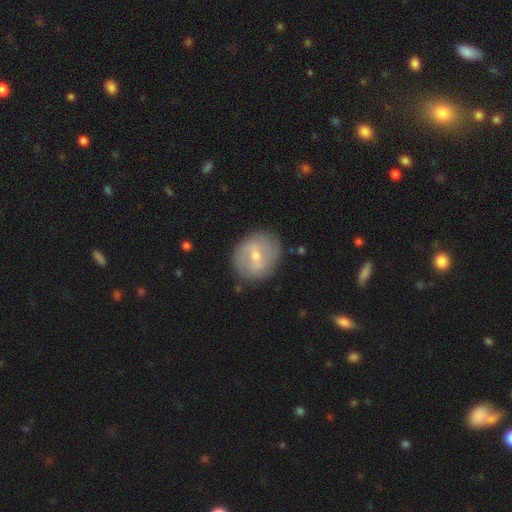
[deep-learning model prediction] This is likely a featured or disk galaxy (65%). It is clearly not viewed edge-on (96%). Bar: possibly weak (52%). Spiral arm pattern: likely yes (65%). Central bulge: possibly small (49%). Merging: clearly none (82%).